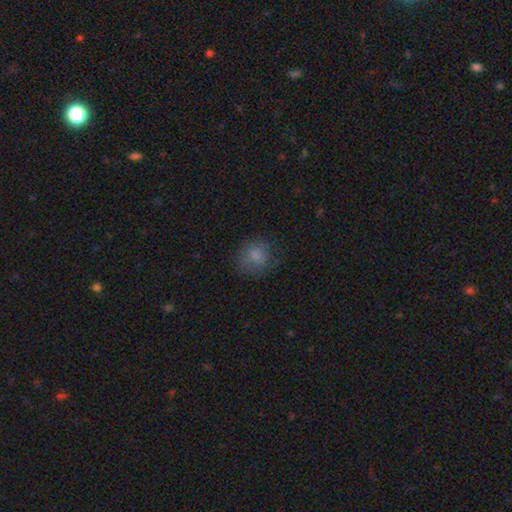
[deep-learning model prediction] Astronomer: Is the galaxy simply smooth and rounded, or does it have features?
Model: smooth — 80%.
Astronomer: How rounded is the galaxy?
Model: round — 83%.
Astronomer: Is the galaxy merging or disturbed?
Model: none — 74%.